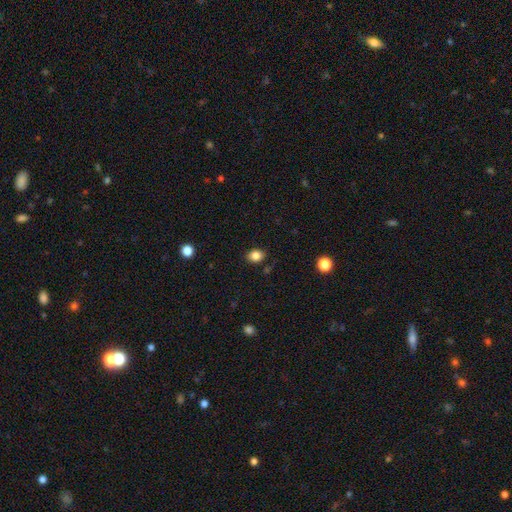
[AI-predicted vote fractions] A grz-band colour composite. It shows a smooth galaxy with no disk features (84%) that is in between round and cigar-shaped (60%). Merging: none (85%).